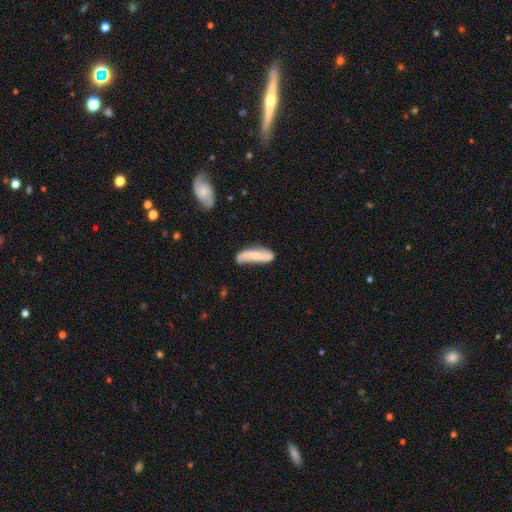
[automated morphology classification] Q: Smooth or featured?
A: smooth (58%); runner-up: featured or disk (36%)
Q: How rounded?
A: cigar-shaped (63%); runner-up: in between (35%)
Q: Merging?
A: none (53%); runner-up: minor disturbance (30%)